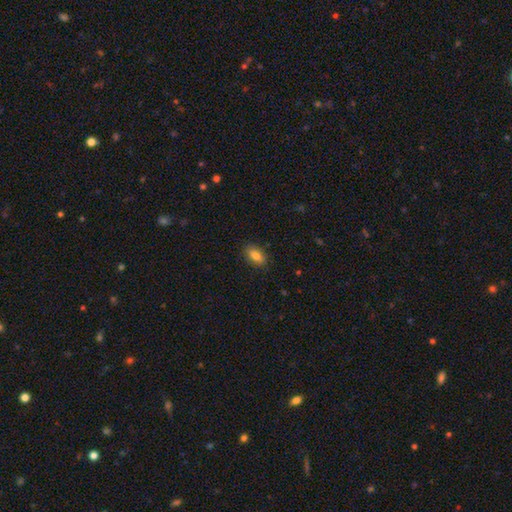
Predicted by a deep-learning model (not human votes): Q: Smooth or featured?
A: smooth (81%); runner-up: featured or disk (11%)
Q: How rounded?
A: in between (88%); runner-up: cigar-shaped (6%)
Q: Merging?
A: none (85%); runner-up: minor disturbance (12%)